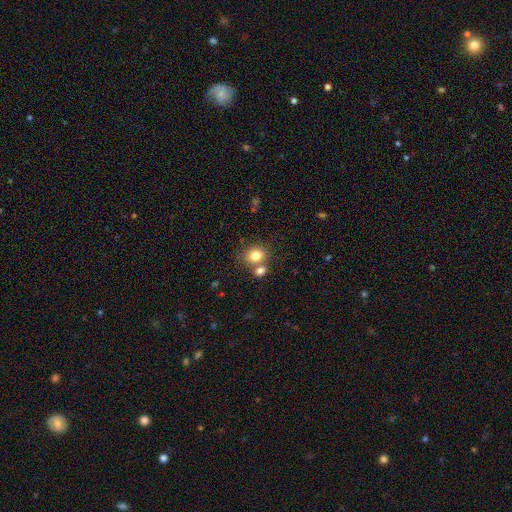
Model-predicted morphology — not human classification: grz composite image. It shows a smooth galaxy with no disk features (80%) that is round (70%). Merging: none (57%).